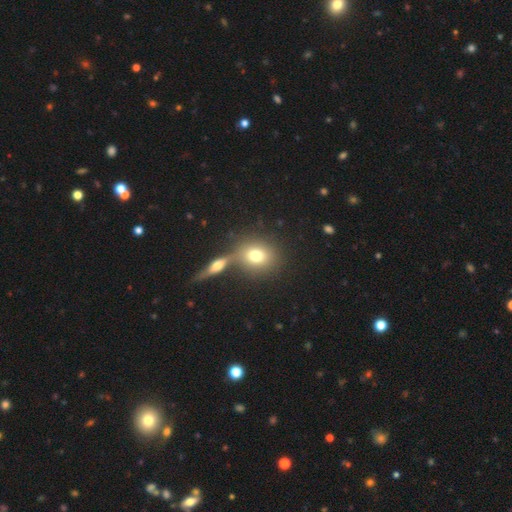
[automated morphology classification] type=smooth (72%); roundness=round (69%); merging=none (58%).